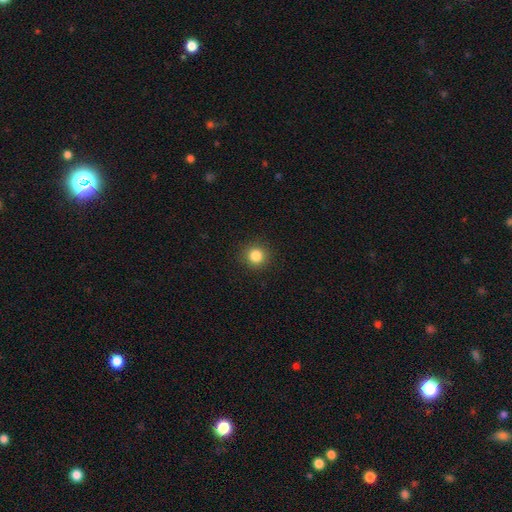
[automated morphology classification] Smooth or featured? Predicted: smooth (p=0.84). How rounded? Predicted: round (p=0.93). Merging? Predicted: none (p=0.91).